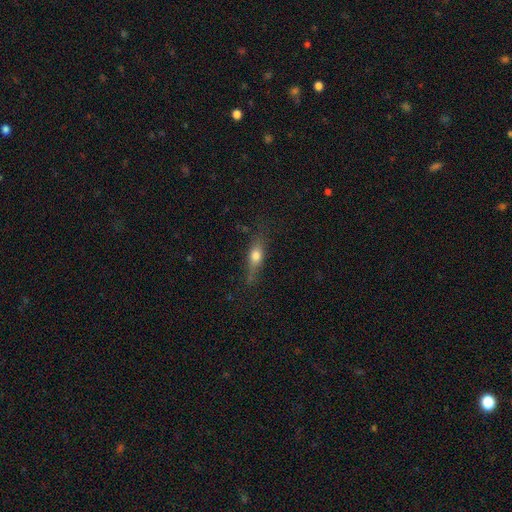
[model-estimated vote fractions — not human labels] smooth 62%, featured or disk 29%, star or artifact 9%. Down the decision tree: how rounded — in between (51%); merging — none (67%).